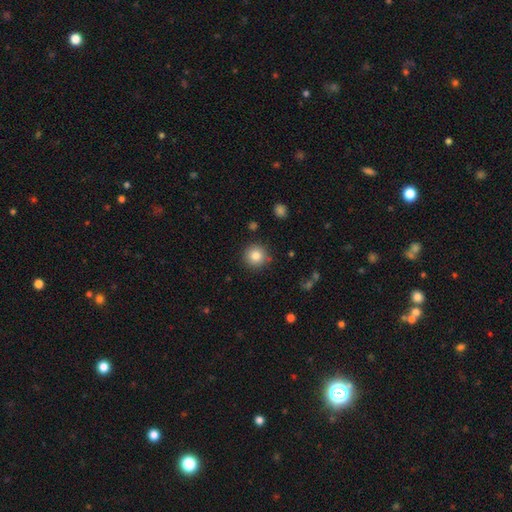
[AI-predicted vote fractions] A smooth galaxy with no disk features (83%) that is round (95%).

Vote fractions:
- Smooth or featured? smooth: 83% / star or artifact: 10% / featured or disk: 7%
- How rounded? round: 95% / in between: 4% / cigar-shaped: 1%
- Merging? none: 88% / minor disturbance: 8% / major disturbance: 2% / merger: 2%